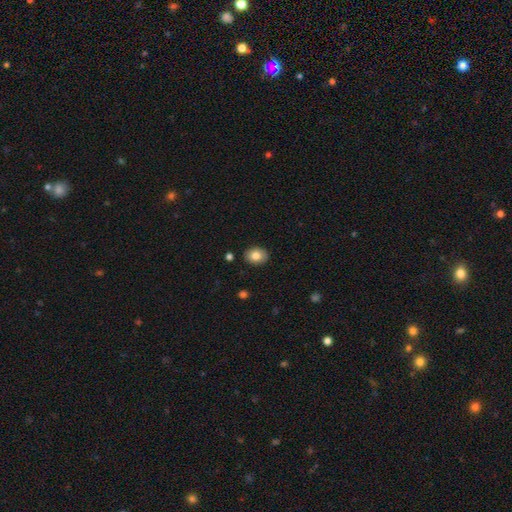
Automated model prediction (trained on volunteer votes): This is clearly a smooth galaxy (81%). How rounded: likely in between (67%). Merging: clearly none (88%).